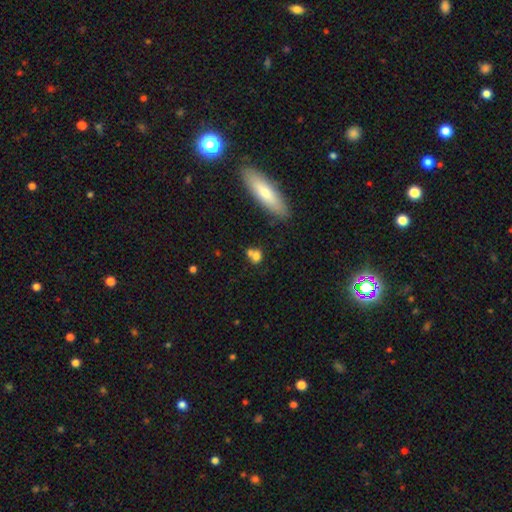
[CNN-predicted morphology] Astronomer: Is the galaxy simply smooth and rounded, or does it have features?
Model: smooth — 70%.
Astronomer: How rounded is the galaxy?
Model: round — 56% (runner-up: in between, 40%).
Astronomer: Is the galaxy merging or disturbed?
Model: merger — 44% (runner-up: none, 39%).